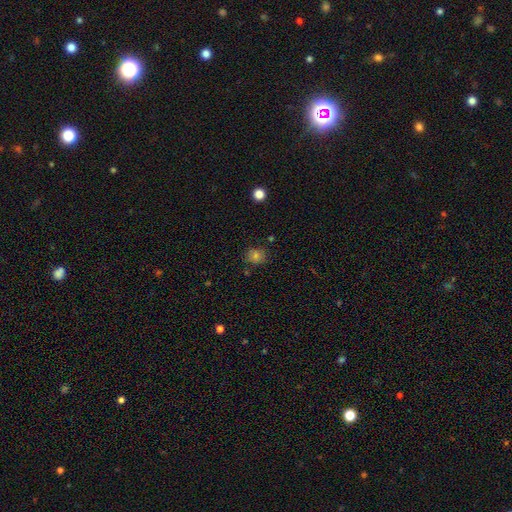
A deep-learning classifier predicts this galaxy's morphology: This is likely a smooth galaxy (76%). How rounded: likely round (77%). Merging: clearly none (81%).